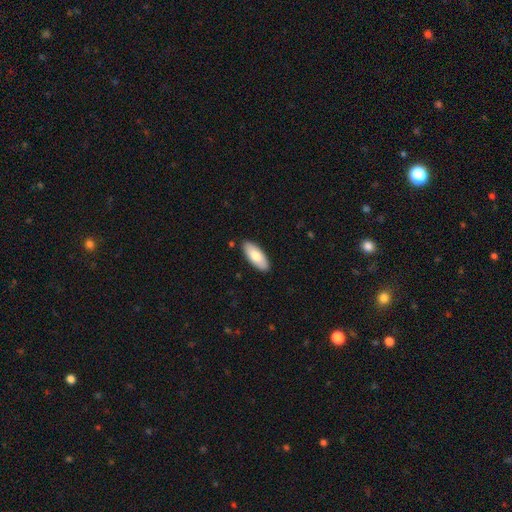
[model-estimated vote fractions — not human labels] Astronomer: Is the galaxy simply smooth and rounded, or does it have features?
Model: smooth — 78%.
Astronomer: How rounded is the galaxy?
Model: in between — 82%.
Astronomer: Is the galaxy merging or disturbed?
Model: none — 89%.